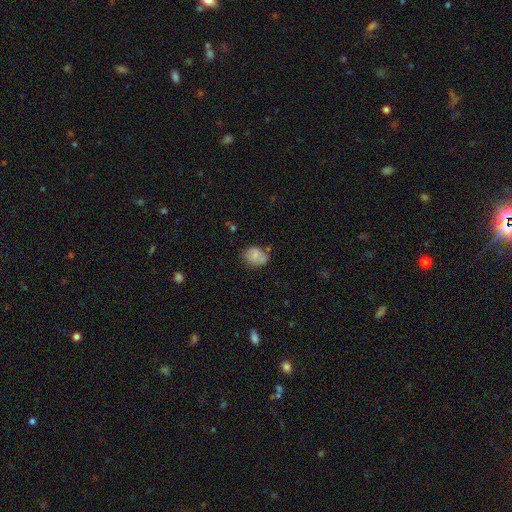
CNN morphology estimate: Smooth or featured: smooth — 70% (featured or disk — 20%)
How rounded: in between — 64% (round — 35%)
Merging: none — 59% (minor disturbance — 26%)